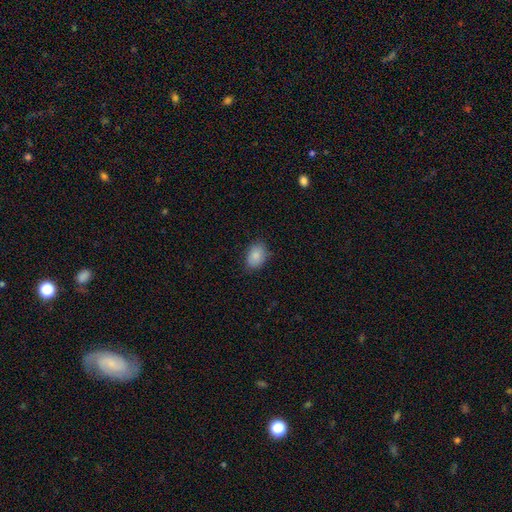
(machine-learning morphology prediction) This is clearly a smooth galaxy (87%). How rounded: likely in between (75%). Merging: clearly none (81%).